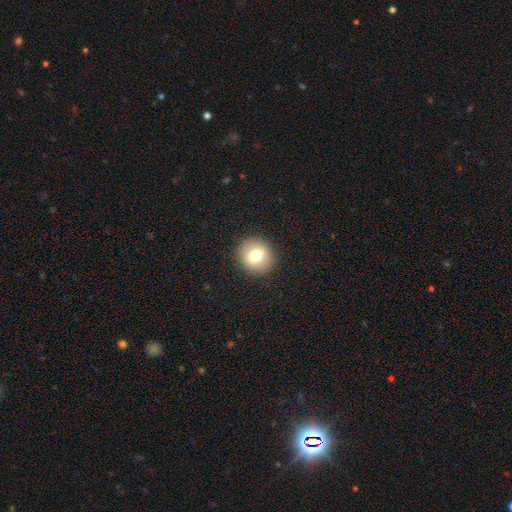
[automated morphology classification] The model was most divided on "smooth or featured": smooth: 71%, featured or disk: 20%, star or artifact: 10%. More confident: merging — none (90%); how rounded — round (86%).